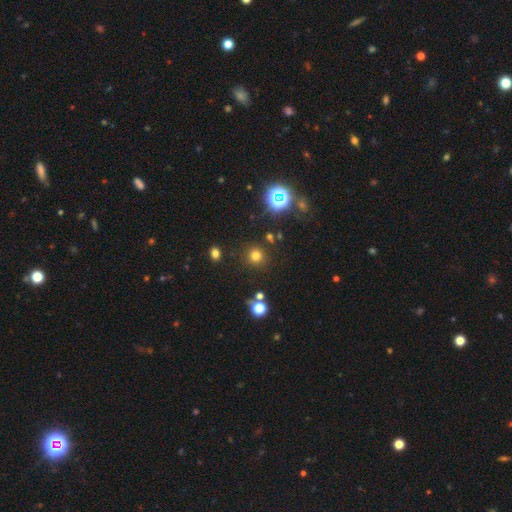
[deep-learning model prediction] Smooth or featured: smooth — 70% (star or artifact — 23%)
How rounded: round — 94% (in between — 5%)
Merging: none — 86% (minor disturbance — 7%)